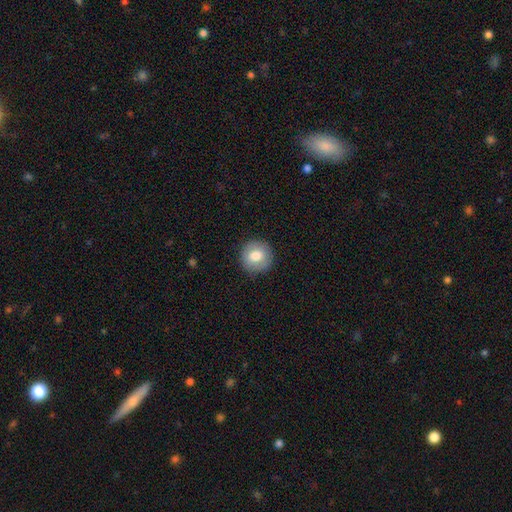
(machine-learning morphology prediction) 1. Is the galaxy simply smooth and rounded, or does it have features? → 77% smooth, 15% featured or disk, 8% star or artifact.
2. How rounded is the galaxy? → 93% round, 6% in between, 1% cigar-shaped.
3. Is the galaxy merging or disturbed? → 89% none, 8% minor disturbance, 2% major disturbance, 1% merger.